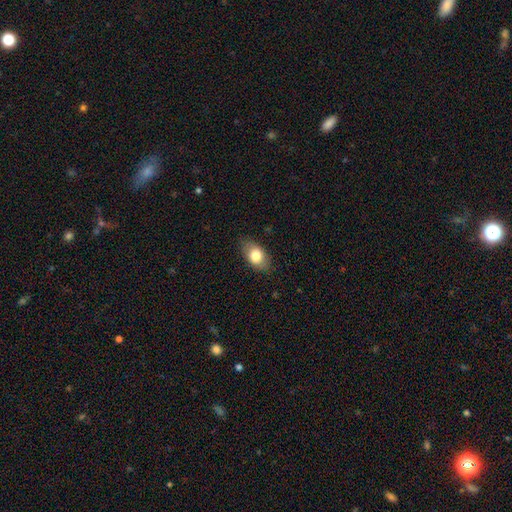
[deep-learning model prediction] smooth-or-featured: smooth: 79% | featured or disk: 14% | star or artifact: 7%
  how-rounded: in between: 89% | round: 9% | cigar-shaped: 2%
  merging: none: 84% | minor disturbance: 13% | major disturbance: 3% | merger: 1%